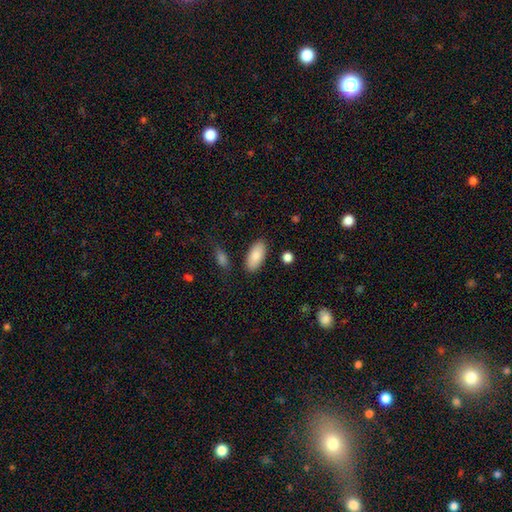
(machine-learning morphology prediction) smooth 86%, featured or disk 8%, star or artifact 6%. Down the decision tree: how rounded — in between (92%); merging — none (84%).